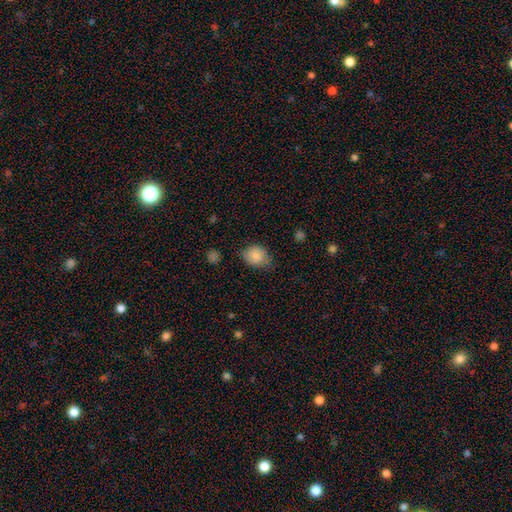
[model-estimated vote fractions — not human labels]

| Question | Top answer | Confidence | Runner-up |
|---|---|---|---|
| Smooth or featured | smooth | 85% | star or artifact (9%) |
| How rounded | round | 54% | in between (45%) |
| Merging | none | 65% | minor disturbance (27%) |